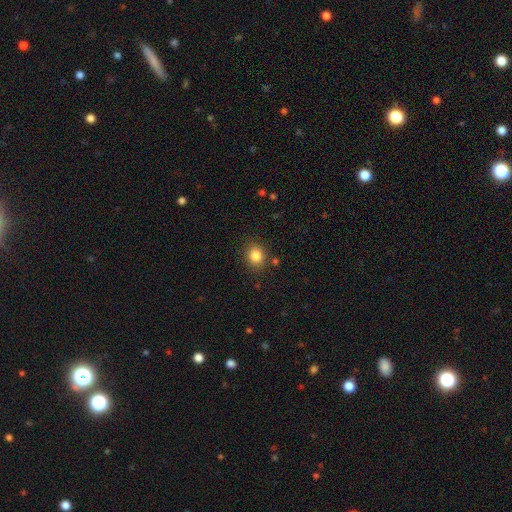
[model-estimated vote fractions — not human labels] smooth 84%, star or artifact 11%, featured or disk 5%. Down the decision tree: how rounded — round (71%); merging — none (85%).